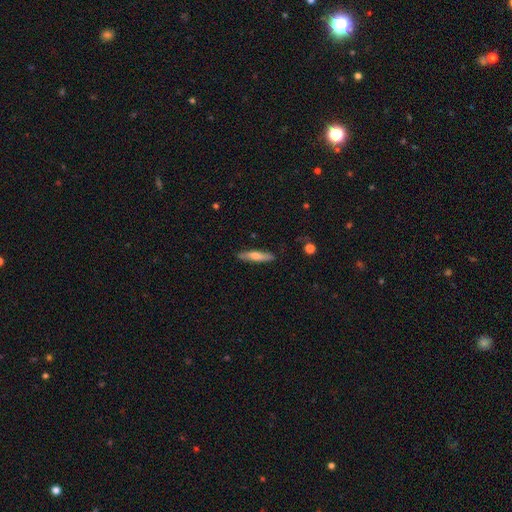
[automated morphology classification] smooth-or-featured: smooth: 61% | featured or disk: 33% | star or artifact: 6%
  how-rounded: cigar-shaped: 85% | in between: 13% | round: 2%
  merging: none: 86% | minor disturbance: 10% | major disturbance: 2% | merger: 1%